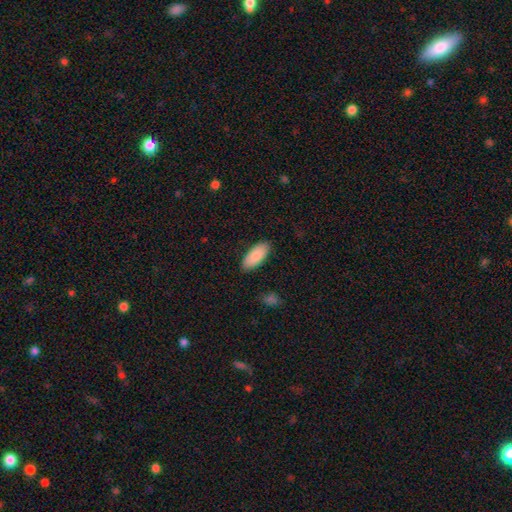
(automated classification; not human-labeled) A smooth galaxy with no disk features (87%) that is in between round and cigar-shaped (88%).

Vote fractions:
- Smooth or featured? smooth: 87% / featured or disk: 7% / star or artifact: 6%
- How rounded? in between: 88% / cigar-shaped: 11% / round: 2%
- Merging? none: 87% / minor disturbance: 10% / major disturbance: 2% / merger: 1%